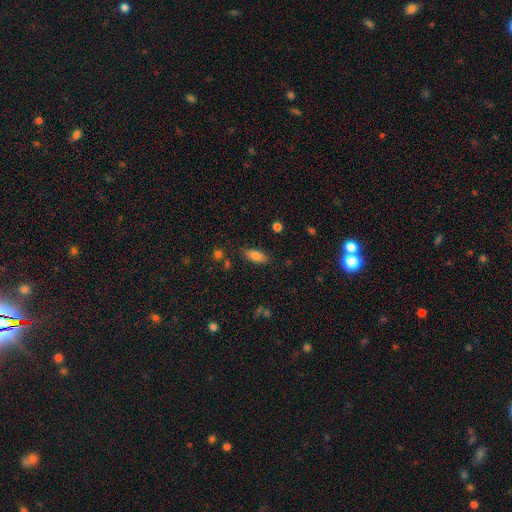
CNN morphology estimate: Smooth or featured?
  - smooth: 81% *
  - featured or disk: 10%
  - star or artifact: 8%
How rounded?
  - in between: 84% *
  - cigar-shaped: 13%
  - round: 3%
Merging?
  - none: 83% *
  - minor disturbance: 12%
  - major disturbance: 3%
  - merger: 2%